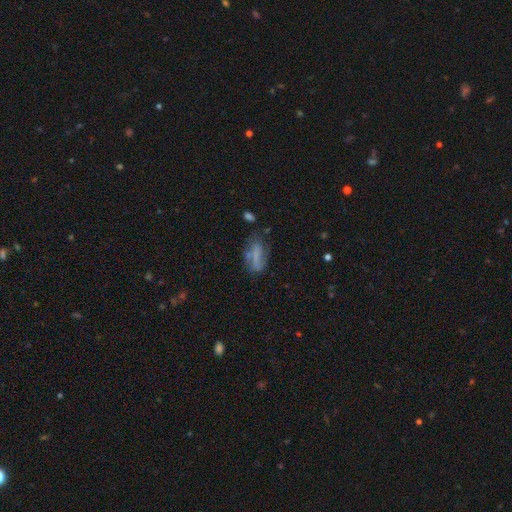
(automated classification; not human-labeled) Smooth or featured: smooth — 58% (featured or disk — 31%)
How rounded: in between — 72% (cigar-shaped — 23%)
Merging: none — 52% (minor disturbance — 27%)